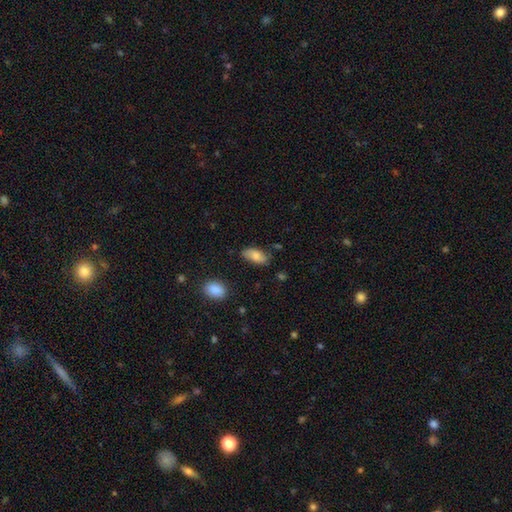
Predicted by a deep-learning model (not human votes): Smooth or featured: smooth — 79% (featured or disk — 14%)
How rounded: in between — 92% (cigar-shaped — 6%)
Merging: none — 77% (minor disturbance — 18%)